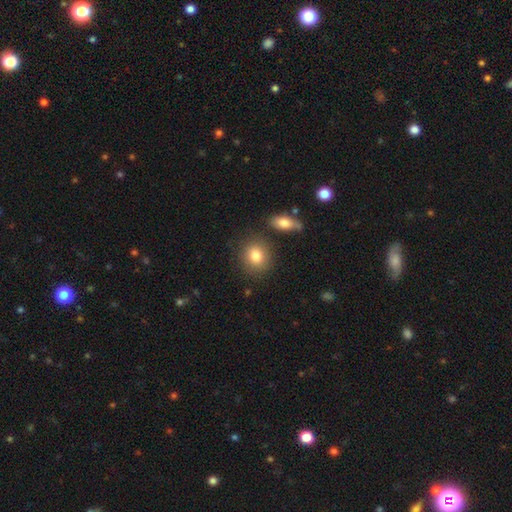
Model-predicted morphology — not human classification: type=smooth (83%); roundness=round (72%); merging=none (80%).